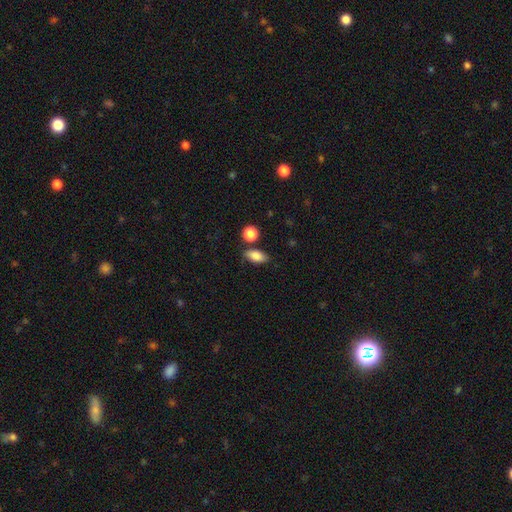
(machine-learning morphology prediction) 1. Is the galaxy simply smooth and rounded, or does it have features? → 84% smooth, 8% featured or disk, 8% star or artifact.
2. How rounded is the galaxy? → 84% in between, 9% round, 7% cigar-shaped.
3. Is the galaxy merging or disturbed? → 75% none, 14% minor disturbance, 8% merger, 3% major disturbance.